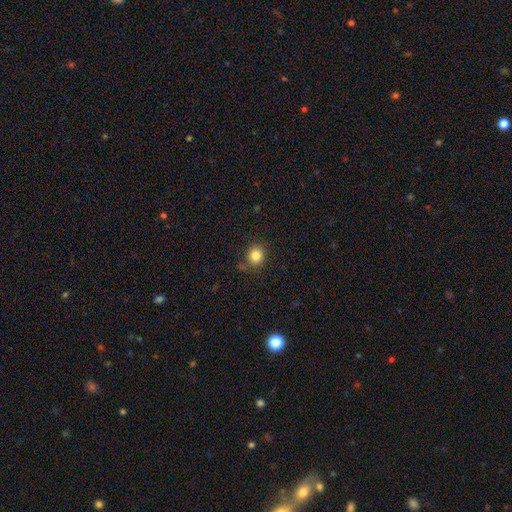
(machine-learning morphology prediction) smooth_or_featured: smooth (p=0.83) [alt: star or artifact p=0.11]
how_rounded: round (p=0.86) [alt: in between p=0.13]
merging: none (p=0.78) [alt: minor disturbance p=0.14]